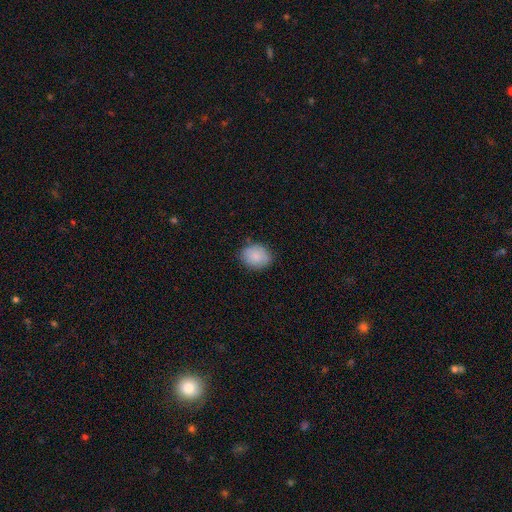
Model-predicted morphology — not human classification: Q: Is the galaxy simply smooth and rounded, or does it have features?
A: smooth — 87%.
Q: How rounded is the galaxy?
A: in between — 51%.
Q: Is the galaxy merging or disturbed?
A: none — 80%.